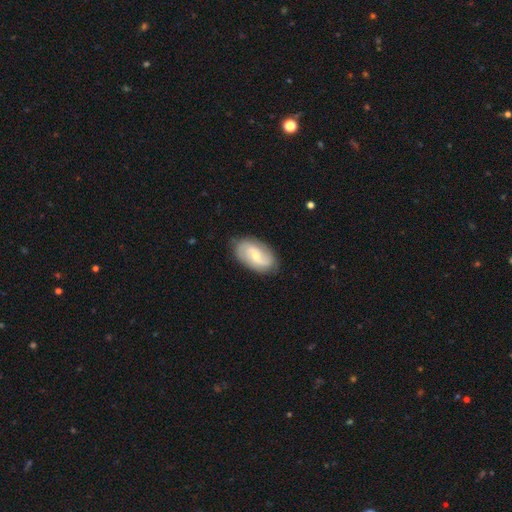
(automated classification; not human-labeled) This appears to be a featured or disk galaxy (67%) with a weak bar (47%), 2 (84%) loose (43%) spiral arms (89%) and a small central bulge (59%). Merging: none (82%).